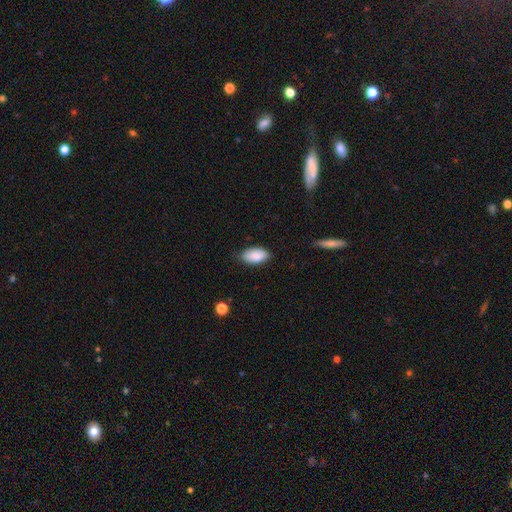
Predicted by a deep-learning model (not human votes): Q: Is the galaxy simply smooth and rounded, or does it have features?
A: smooth — 87%.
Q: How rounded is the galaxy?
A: in between — 94%.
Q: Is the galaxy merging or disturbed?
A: none — 80%.